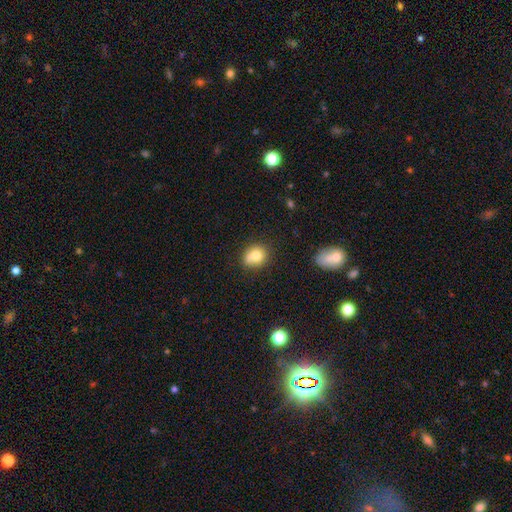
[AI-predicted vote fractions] Smooth or featured?
  - smooth: 75% *
  - featured or disk: 14%
  - star or artifact: 10%
How rounded?
  - round: 73% *
  - in between: 26%
  - cigar-shaped: 1%
Merging?
  - none: 54% *
  - minor disturbance: 22%
  - merger: 18%
  - major disturbance: 7%